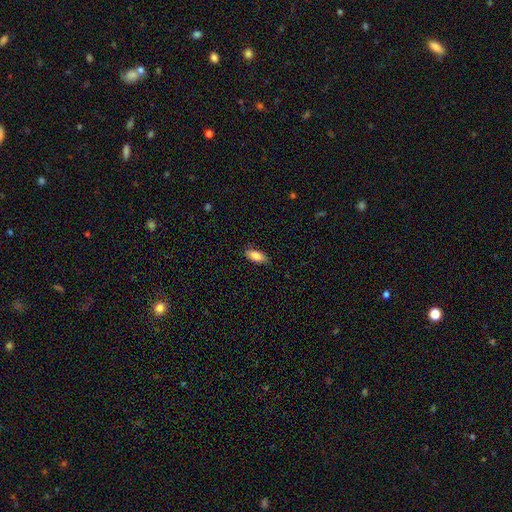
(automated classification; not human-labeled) The model was most divided on "merging": none: 84%, minor disturbance: 13%, major disturbance: 2%, merger: 1%. More confident: how rounded — in between (86%); smooth or featured — smooth (86%).